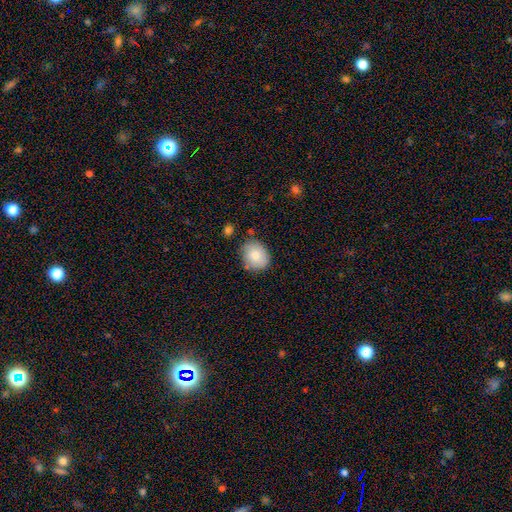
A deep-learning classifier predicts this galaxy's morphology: This is clearly a smooth galaxy (81%). How rounded: likely round (61%). Merging: likely none (74%).